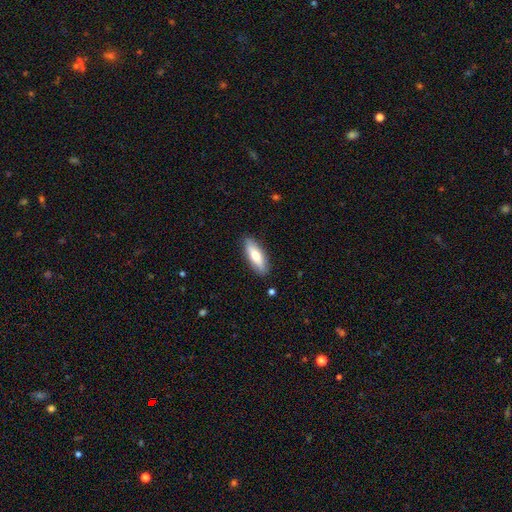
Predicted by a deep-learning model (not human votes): Q: Smooth or featured?
A: smooth (71%); runner-up: featured or disk (23%)
Q: How rounded?
A: in between (61%); runner-up: cigar-shaped (37%)
Q: Merging?
A: none (88%); runner-up: minor disturbance (9%)